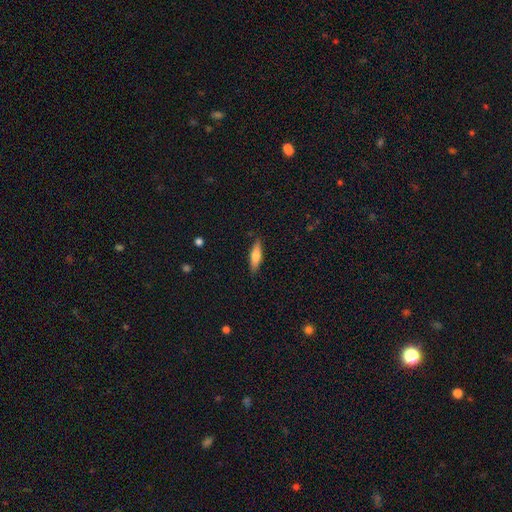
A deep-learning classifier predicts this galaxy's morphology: smooth 69%, featured or disk 25%, star or artifact 6%. Down the decision tree: how rounded — cigar-shaped (61%); merging — none (87%).